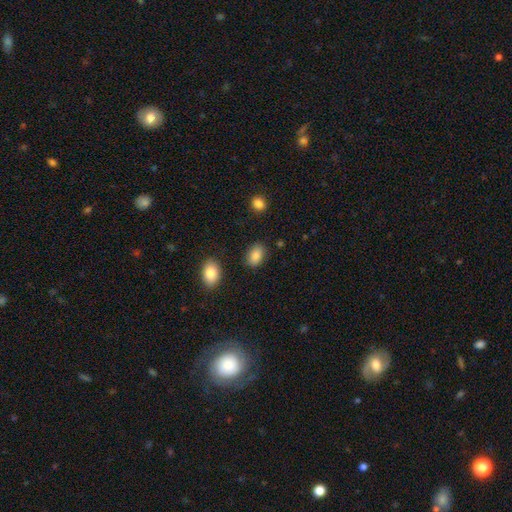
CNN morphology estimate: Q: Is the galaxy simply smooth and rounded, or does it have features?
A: smooth — 87%.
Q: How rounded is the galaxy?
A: in between — 86%.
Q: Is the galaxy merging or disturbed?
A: none — 84%.